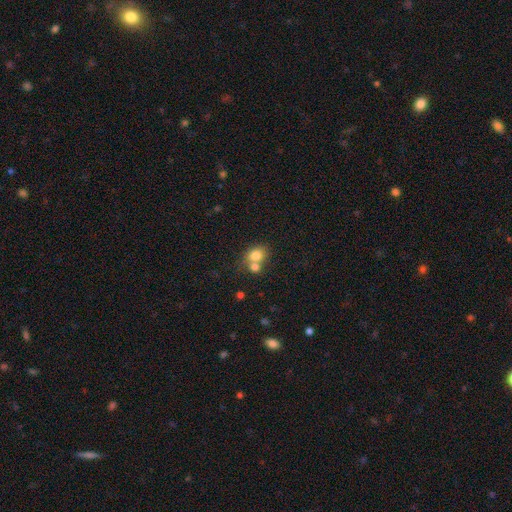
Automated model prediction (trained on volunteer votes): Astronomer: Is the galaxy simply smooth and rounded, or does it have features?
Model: smooth — 77%.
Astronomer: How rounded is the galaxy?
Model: round — 59% (runner-up: in between, 40%).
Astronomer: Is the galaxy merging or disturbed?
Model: merger — 49% (runner-up: none, 38%).